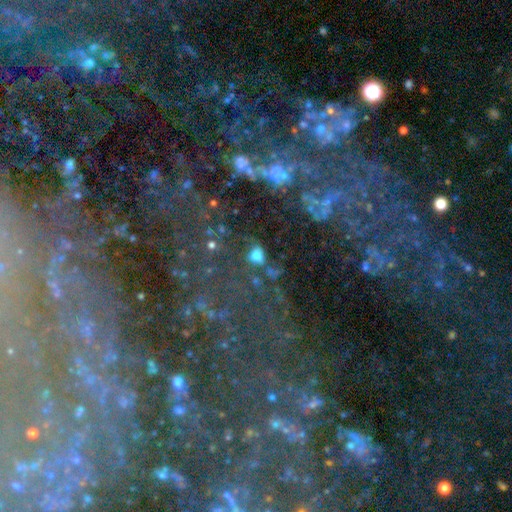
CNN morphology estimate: smooth 50%, star or artifact 28%, featured or disk 22%. Down the decision tree: merging — none (49%).